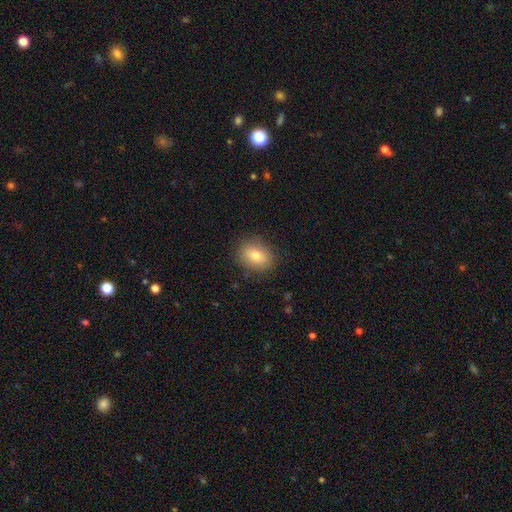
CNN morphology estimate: Overall: smooth (78%). How rounded: in between (58%; round 40%). Merging: none (86%).